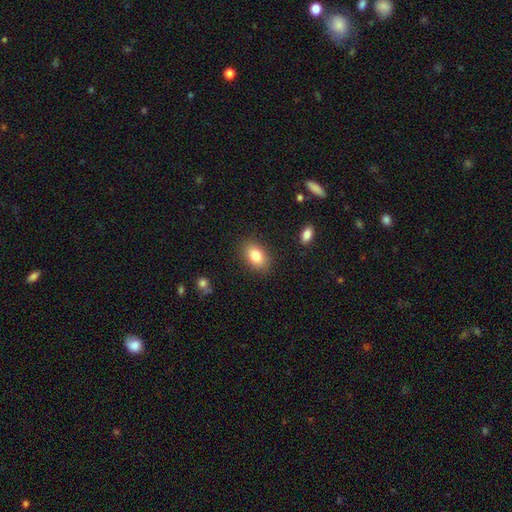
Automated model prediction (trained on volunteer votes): smooth-or-featured: smooth: 83% | featured or disk: 9% | star or artifact: 8%
  how-rounded: in between: 86% | round: 12% | cigar-shaped: 2%
  merging: none: 86% | minor disturbance: 10% | major disturbance: 3% | merger: 1%